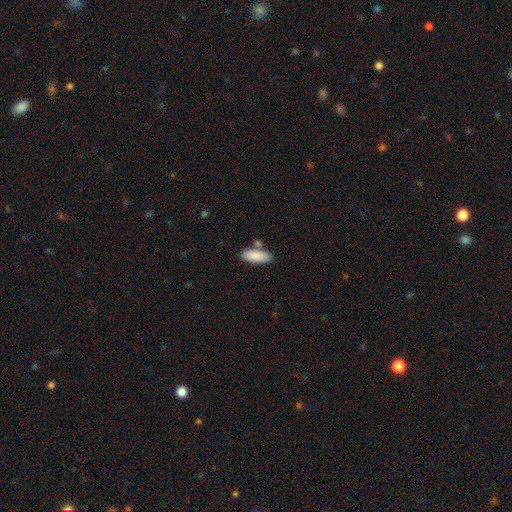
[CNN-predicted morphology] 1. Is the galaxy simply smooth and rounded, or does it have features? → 88% smooth, 6% star or artifact, 6% featured or disk.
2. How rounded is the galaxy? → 74% in between, 24% cigar-shaped, 2% round.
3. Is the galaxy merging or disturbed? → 74% none, 12% minor disturbance, 11% merger, 3% major disturbance.